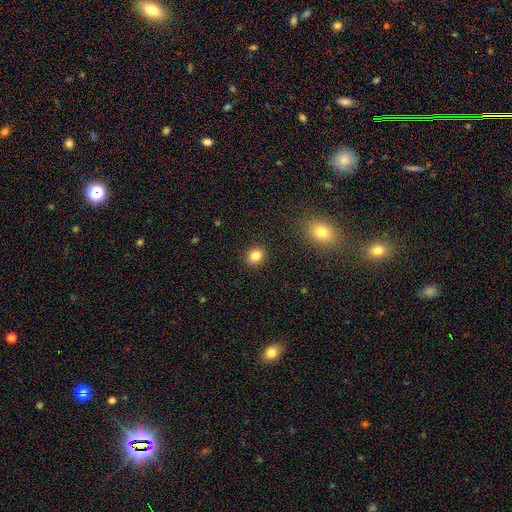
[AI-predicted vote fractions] Overall: smooth (83%). How rounded: round (72%). Merging: none (91%).